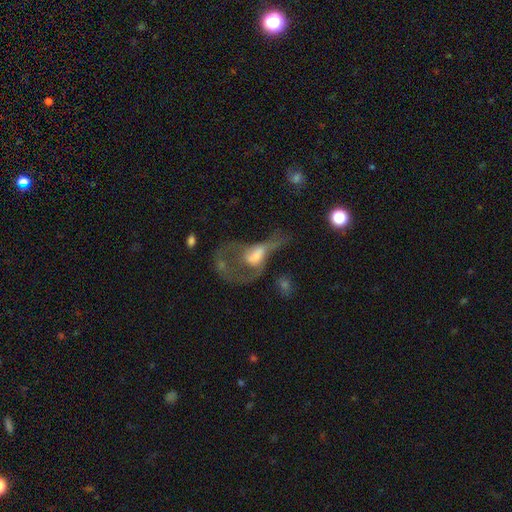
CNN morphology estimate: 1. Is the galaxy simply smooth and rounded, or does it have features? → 57% featured or disk, 30% smooth, 12% star or artifact.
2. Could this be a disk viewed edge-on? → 90% no, 10% yes.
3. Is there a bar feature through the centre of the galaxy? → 72% no, 21% weak, 7% strong.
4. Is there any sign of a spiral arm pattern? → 70% no, 30% yes.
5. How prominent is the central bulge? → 38% moderate, 23% small, 18% none, 18% large, 3% dominant.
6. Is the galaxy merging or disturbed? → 58% major disturbance, 17% none, 15% merger, 10% minor disturbance.